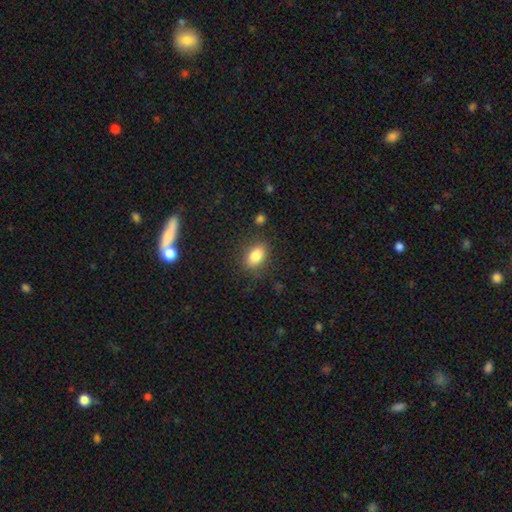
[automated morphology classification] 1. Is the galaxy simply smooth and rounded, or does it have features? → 83% smooth, 8% star or artifact, 8% featured or disk.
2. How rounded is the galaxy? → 87% in between, 10% round, 3% cigar-shaped.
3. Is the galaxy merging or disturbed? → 82% none, 12% minor disturbance, 4% major disturbance, 2% merger.